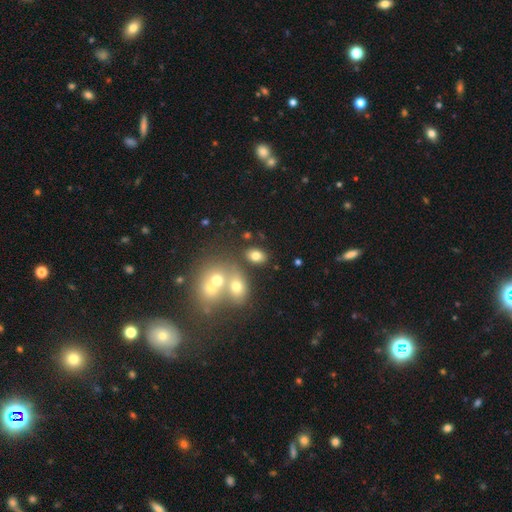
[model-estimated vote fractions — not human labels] Smooth or featured?
  - smooth: 75% *
  - featured or disk: 13%
  - star or artifact: 12%
How rounded?
  - in between: 81% *
  - round: 18%
  - cigar-shaped: 2%
Merging?
  - none: 69% *
  - merger: 17%
  - minor disturbance: 10%
  - major disturbance: 4%